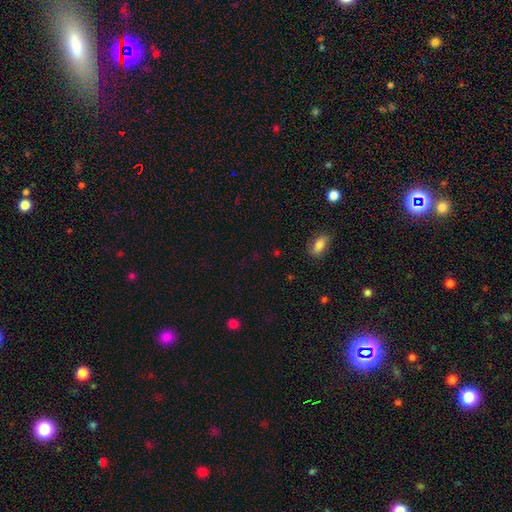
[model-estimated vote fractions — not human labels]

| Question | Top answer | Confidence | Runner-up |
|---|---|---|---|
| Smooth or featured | star or artifact | 48% | smooth (43%) |